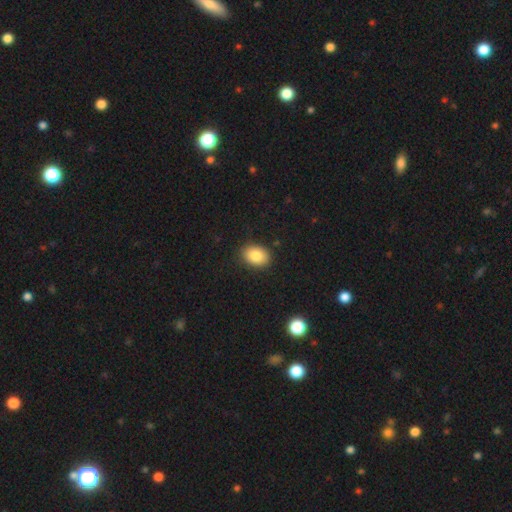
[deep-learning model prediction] Smooth or featured? smooth (84%)
How rounded? in between (73%)
Merging? none (88%)